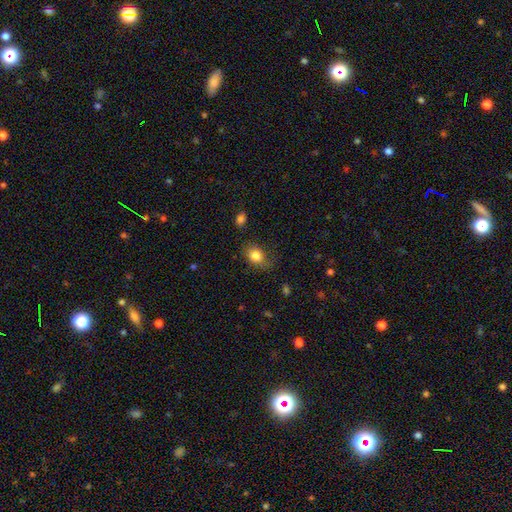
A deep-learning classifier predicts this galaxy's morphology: Q: Smooth or featured?
A: smooth (82%); runner-up: star or artifact (10%)
Q: How rounded?
A: in between (54%); runner-up: round (45%)
Q: Merging?
A: none (63%); runner-up: minor disturbance (25%)